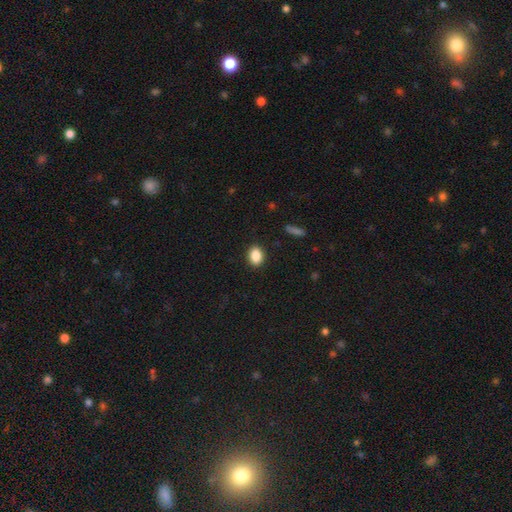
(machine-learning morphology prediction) This is clearly a smooth galaxy (88%). How rounded: likely in between (73%). Merging: clearly none (88%).